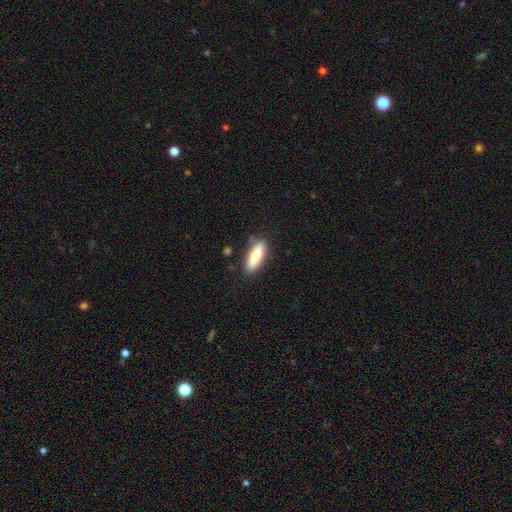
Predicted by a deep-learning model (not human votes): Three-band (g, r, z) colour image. It shows a smooth galaxy with no disk features (85%) that is in between round and cigar-shaped (52%). Merging: none (80%).